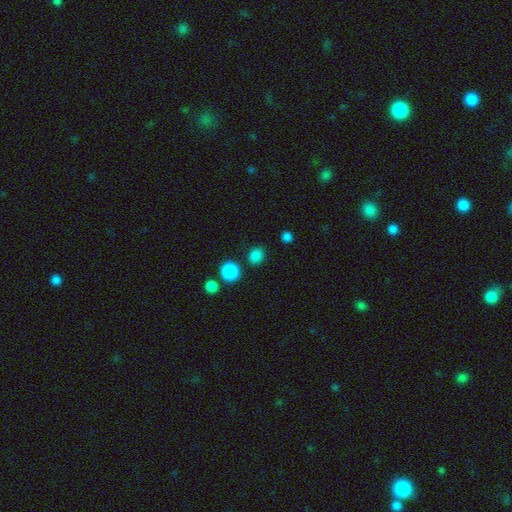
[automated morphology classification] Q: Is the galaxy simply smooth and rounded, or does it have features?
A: smooth — 84%.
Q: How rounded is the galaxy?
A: round — 75%.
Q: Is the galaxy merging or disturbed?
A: none — 83%.